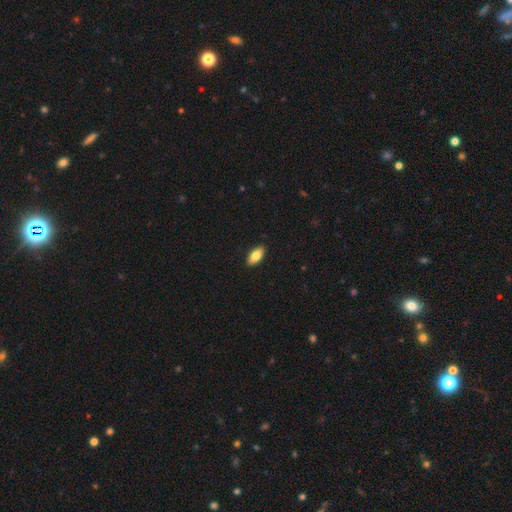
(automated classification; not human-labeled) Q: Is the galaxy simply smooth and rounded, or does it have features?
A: smooth — 80%.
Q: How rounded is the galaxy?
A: in between — 90%.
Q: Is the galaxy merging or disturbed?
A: none — 90%.